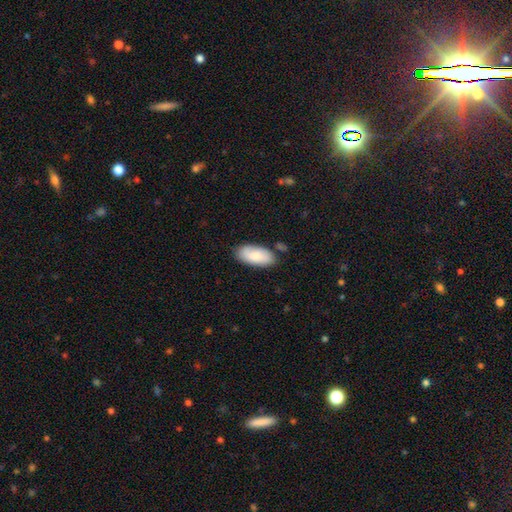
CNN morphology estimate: A smooth galaxy with no disk features (80%) that is in between round and cigar-shaped (92%). Merging: none (77%).